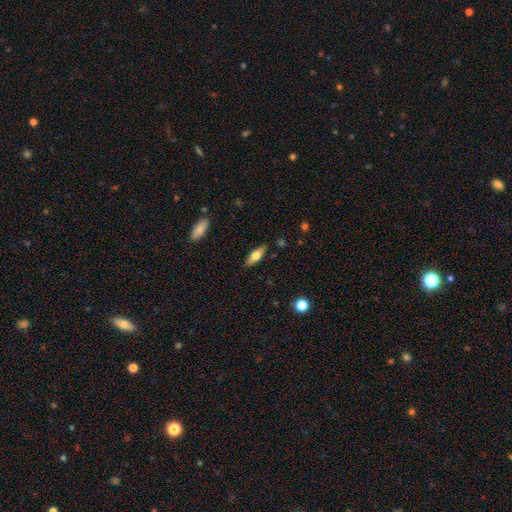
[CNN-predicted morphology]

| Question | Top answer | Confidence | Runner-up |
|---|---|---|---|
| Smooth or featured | smooth | 51% | featured or disk (42%) |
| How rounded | in between | 62% | cigar-shaped (35%) |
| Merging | none | 86% | minor disturbance (11%) |